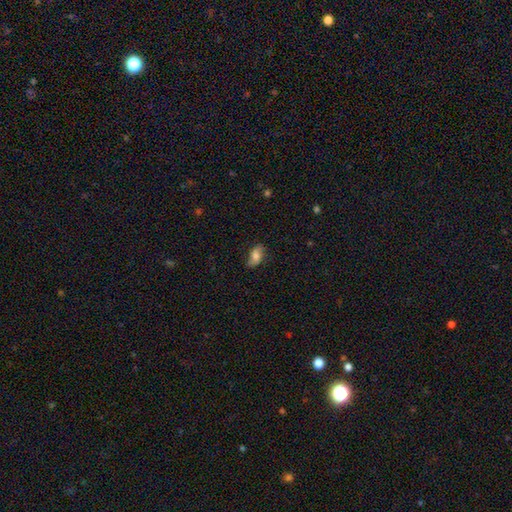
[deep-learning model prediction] Overall: smooth (59%; featured or disk 32%). How rounded: in between (89%). Merging: none (73%).